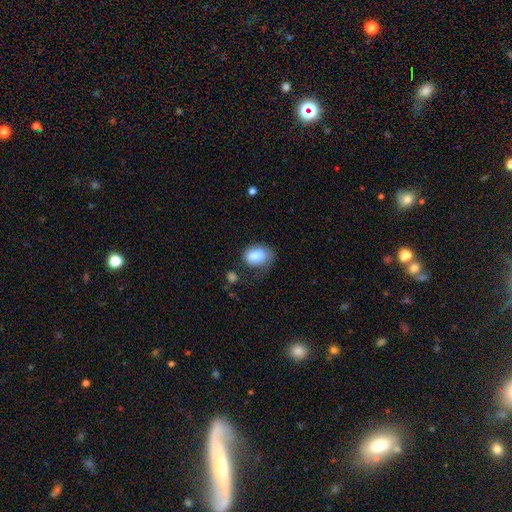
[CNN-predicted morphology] smooth 80%, featured or disk 12%, star or artifact 8%. Down the decision tree: how rounded — in between (81%); merging — none (45%).